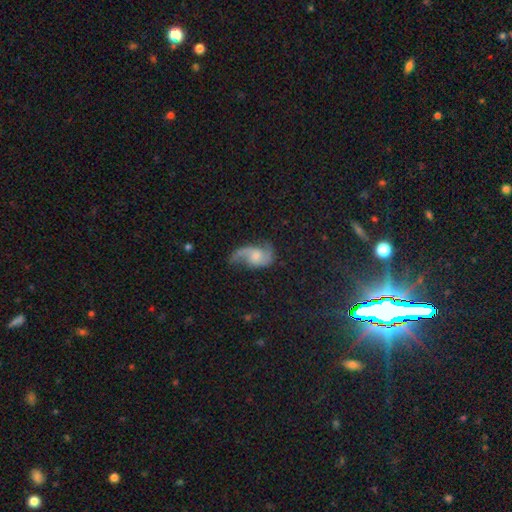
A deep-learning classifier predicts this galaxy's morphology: Smooth or featured: featured or disk — 80% (smooth — 13%)
Edge-on disk: no — 97% (yes — 3%)
Bar: no — 58% (weak — 36%)
Spiral arms: yes — 95% (no — 5%)
Spiral winding: loose — 62% (medium — 30%)
Spiral arm count: 2 — 88% (1 — 6%)
Bulge size: moderate — 41% (small — 35%)
Merging: none — 53% (minor disturbance — 25%)